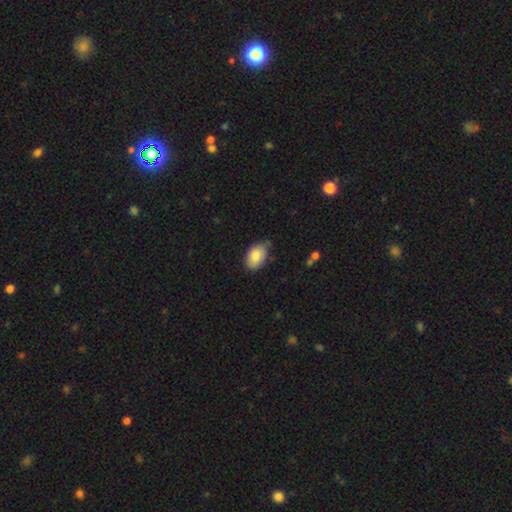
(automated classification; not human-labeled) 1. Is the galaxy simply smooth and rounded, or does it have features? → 84% smooth, 9% featured or disk, 7% star or artifact.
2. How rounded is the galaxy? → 89% in between, 10% round, 1% cigar-shaped.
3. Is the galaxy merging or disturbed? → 72% none, 23% minor disturbance, 3% major disturbance, 2% merger.